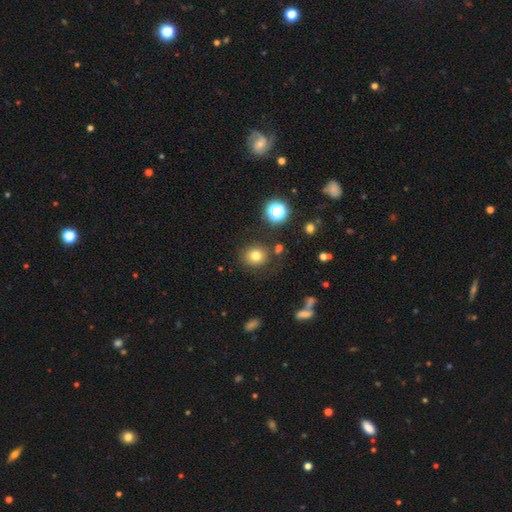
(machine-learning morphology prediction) Smooth or featured? Predicted: smooth (p=0.77). How rounded? Predicted: round (p=0.76). Merging? Predicted: none (p=0.82).